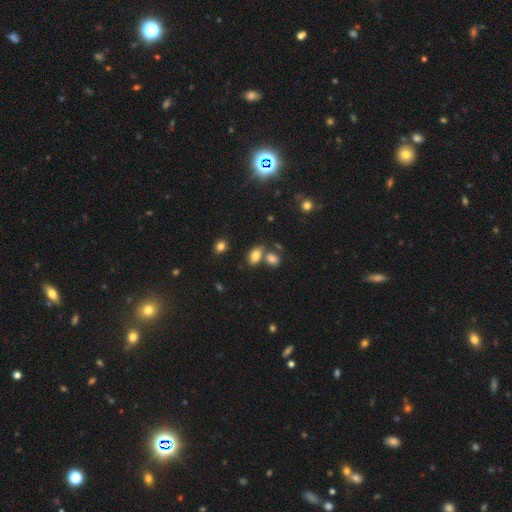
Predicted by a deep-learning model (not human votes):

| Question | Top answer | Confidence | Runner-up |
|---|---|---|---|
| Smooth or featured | smooth | 80% | star or artifact (11%) |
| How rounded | in between | 87% | round (11%) |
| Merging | none | 53% | merger (31%) |